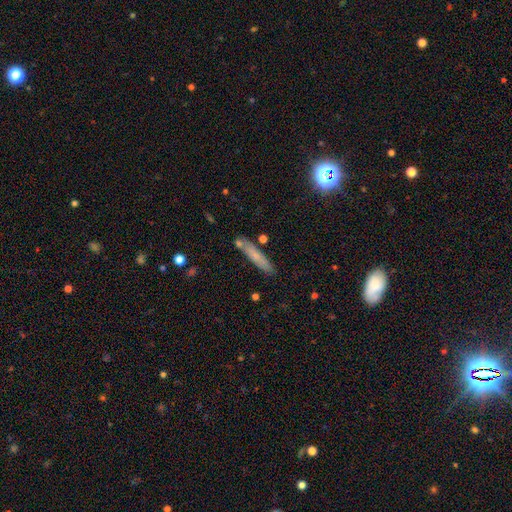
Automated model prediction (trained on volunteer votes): A smooth galaxy with no disk features (68%) that is cigar-shaped (87%).

Vote fractions:
- Smooth or featured? smooth: 68% / featured or disk: 23% / star or artifact: 8%
- How rounded? cigar-shaped: 87% / in between: 11% / round: 2%
- Merging? none: 78% / minor disturbance: 13% / merger: 6% / major disturbance: 3%